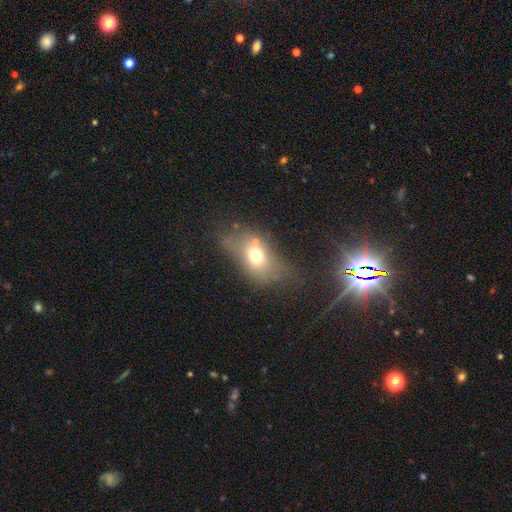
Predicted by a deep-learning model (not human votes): The model was most divided on "merging": none: 47%, minor disturbance: 24%, major disturbance: 20%, merger: 9%. More confident: how rounded — in between (78%); smooth or featured — smooth (64%).